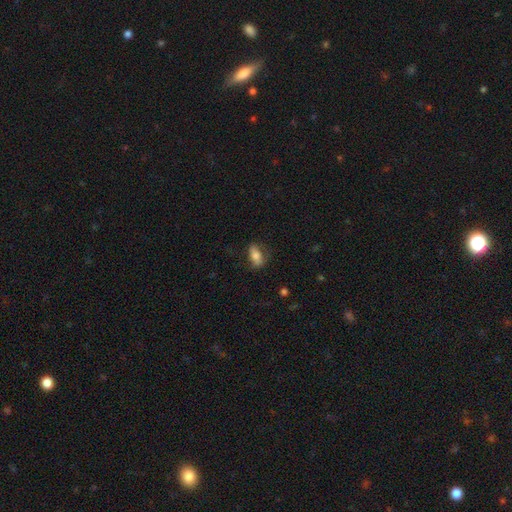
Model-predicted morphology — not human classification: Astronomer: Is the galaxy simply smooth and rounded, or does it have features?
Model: smooth — 71%.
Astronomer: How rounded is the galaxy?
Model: in between — 83%.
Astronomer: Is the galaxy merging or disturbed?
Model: none — 70%.